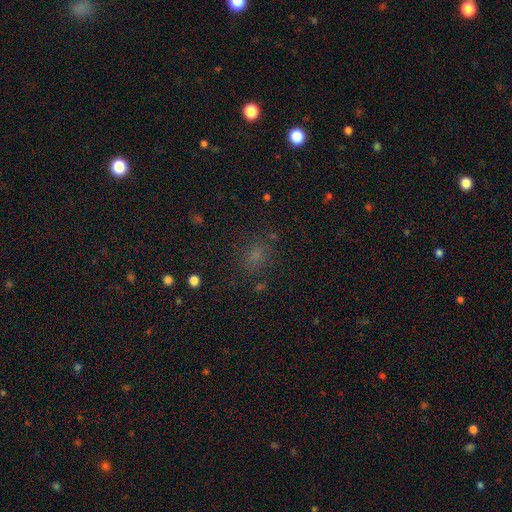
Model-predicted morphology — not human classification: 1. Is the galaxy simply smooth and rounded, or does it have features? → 64% smooth, 28% star or artifact, 8% featured or disk.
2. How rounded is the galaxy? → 57% round, 41% in between, 2% cigar-shaped.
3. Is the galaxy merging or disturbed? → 76% none, 14% minor disturbance, 7% major disturbance, 3% merger.